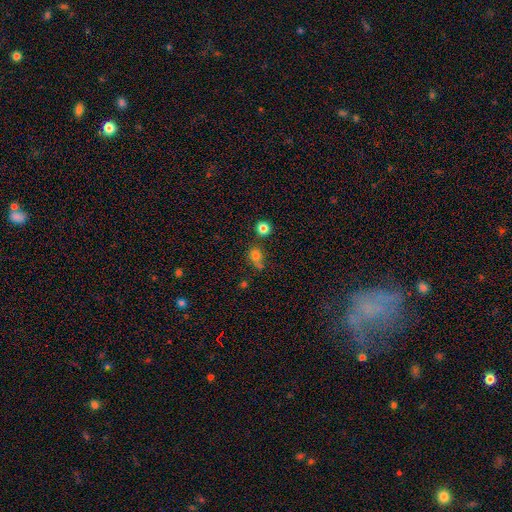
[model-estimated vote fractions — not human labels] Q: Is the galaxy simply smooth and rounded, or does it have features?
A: smooth — 75%.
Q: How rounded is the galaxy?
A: round — 62%.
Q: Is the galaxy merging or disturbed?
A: none — 48%.